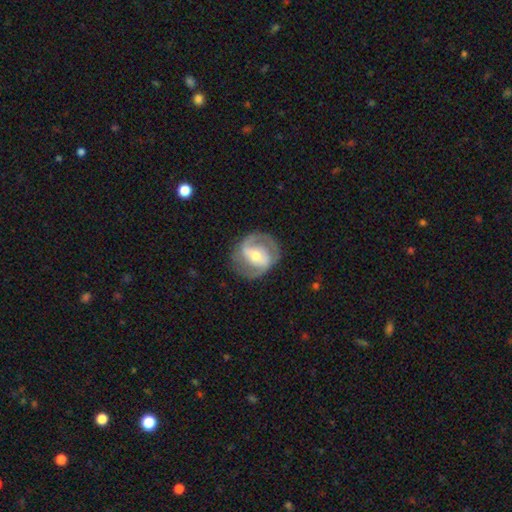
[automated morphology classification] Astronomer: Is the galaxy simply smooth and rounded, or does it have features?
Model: featured or disk — 81%.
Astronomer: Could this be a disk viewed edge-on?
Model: no — 97%.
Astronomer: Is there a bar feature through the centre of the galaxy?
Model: weak — 39% (runner-up: strong, 34%).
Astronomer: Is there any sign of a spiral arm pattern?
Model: yes — 89%.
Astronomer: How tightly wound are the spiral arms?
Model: medium — 49% (runner-up: tight, 33%).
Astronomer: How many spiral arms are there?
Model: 2 — 86%.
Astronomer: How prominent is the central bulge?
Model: moderate — 64%.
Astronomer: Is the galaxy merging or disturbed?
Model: none — 78%.